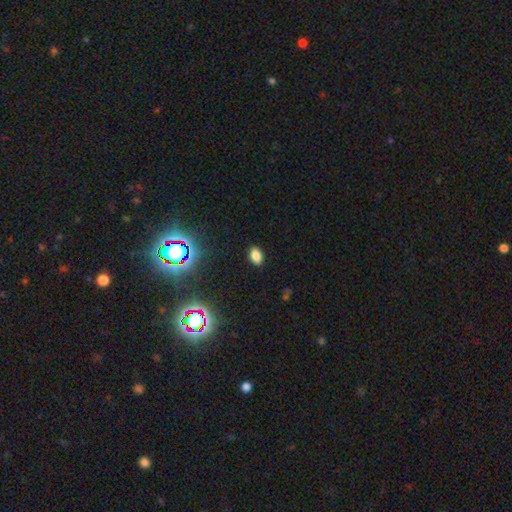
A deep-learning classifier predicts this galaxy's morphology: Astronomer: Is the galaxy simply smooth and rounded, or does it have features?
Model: smooth — 78%.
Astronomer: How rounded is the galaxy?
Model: in between — 87%.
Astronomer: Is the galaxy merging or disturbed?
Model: none — 88%.